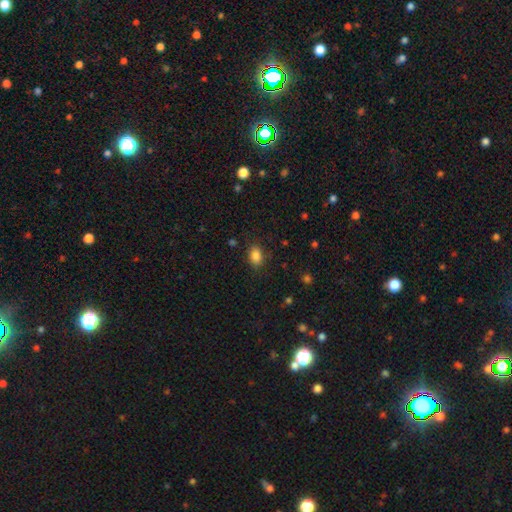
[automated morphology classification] Q: Smooth or featured?
A: smooth (85%); runner-up: star or artifact (10%)
Q: How rounded?
A: in between (81%); runner-up: round (17%)
Q: Merging?
A: none (82%); runner-up: minor disturbance (13%)